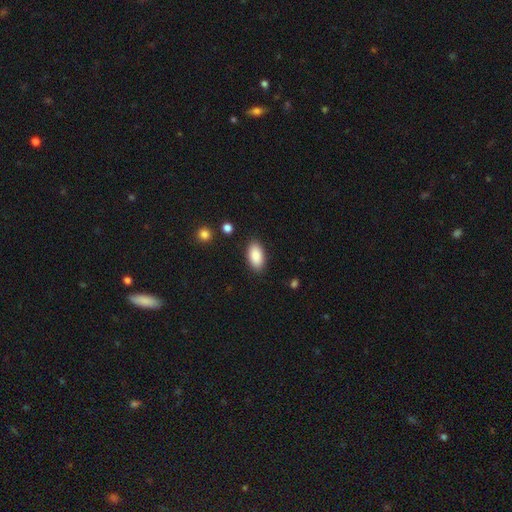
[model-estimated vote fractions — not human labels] Overall: smooth (89%). How rounded: in between (94%). Merging: none (88%).